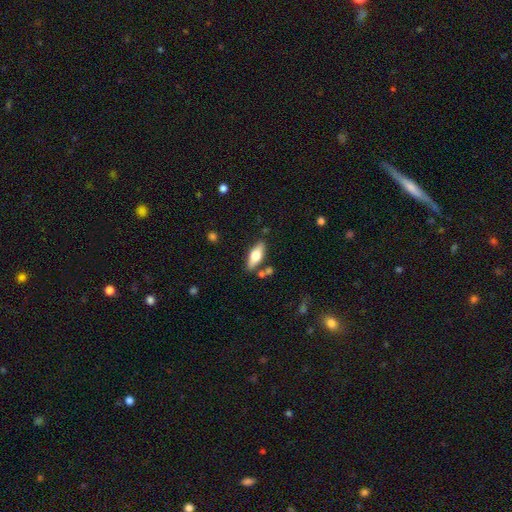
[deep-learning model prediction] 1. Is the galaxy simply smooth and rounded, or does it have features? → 60% smooth, 34% featured or disk, 6% star or artifact.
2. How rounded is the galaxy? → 68% in between, 30% cigar-shaped, 3% round.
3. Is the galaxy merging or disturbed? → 81% none, 12% minor disturbance, 5% merger, 3% major disturbance.